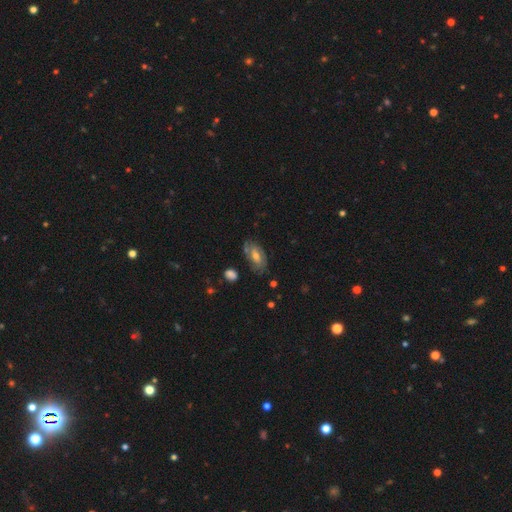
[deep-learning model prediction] The model was most divided on "bar": no: 47%, weak: 40%, strong: 13%. More confident: edge-on disk — no (91%); spiral arms — yes (72%); merging — none (71%); bulge size — moderate (64%); smooth or featured — featured or disk (57%).